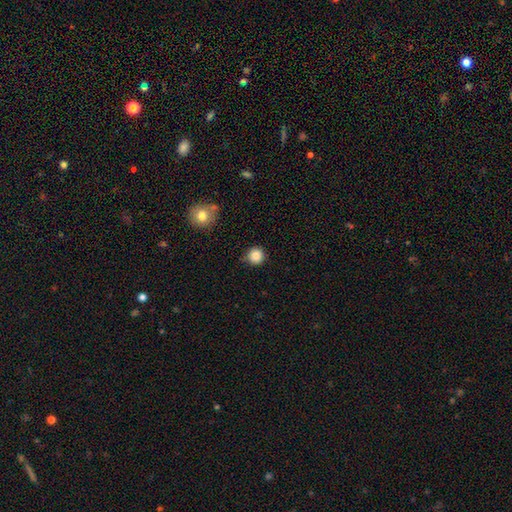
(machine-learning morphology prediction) A smooth galaxy with no disk features (86%) that is round (95%).

Vote fractions:
- Smooth or featured? smooth: 86% / star or artifact: 10% / featured or disk: 4%
- How rounded? round: 95% / in between: 4% / cigar-shaped: 1%
- Merging? none: 83% / minor disturbance: 12% / major disturbance: 3% / merger: 3%